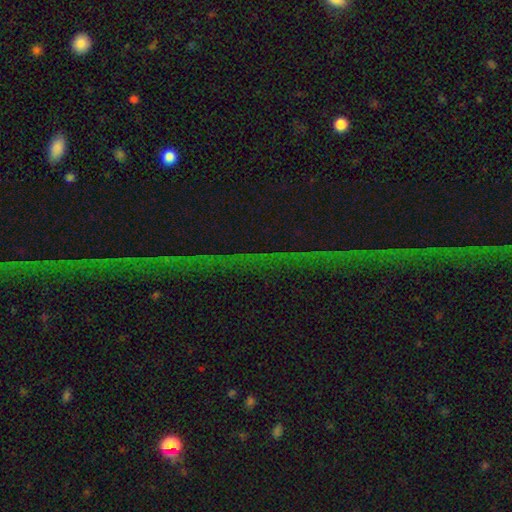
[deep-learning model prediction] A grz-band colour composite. It shows a star or artifact, not a galaxy (76%).